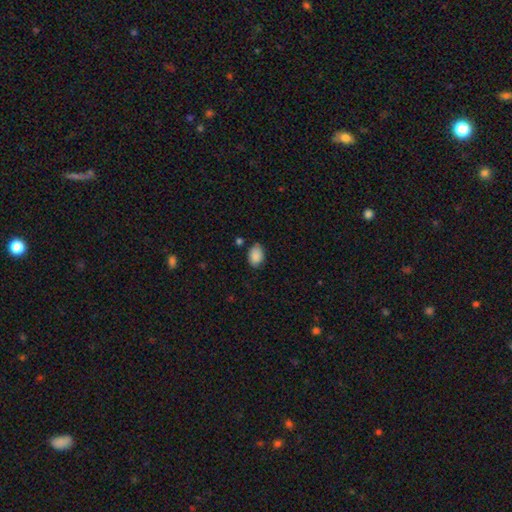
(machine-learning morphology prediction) Q: Smooth or featured?
A: smooth (89%); runner-up: star or artifact (7%)
Q: How rounded?
A: in between (83%); runner-up: round (16%)
Q: Merging?
A: none (79%); runner-up: minor disturbance (15%)